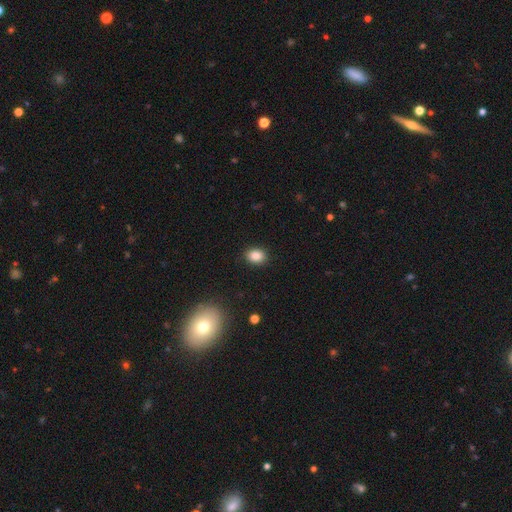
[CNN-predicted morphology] This is clearly a smooth galaxy (86%). How rounded: likely in between (61%). Merging: clearly none (89%).